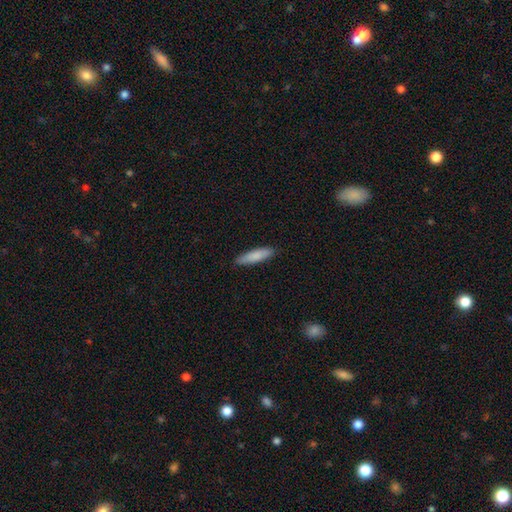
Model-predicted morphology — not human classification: Q: Smooth or featured?
A: smooth (85%); runner-up: featured or disk (10%)
Q: How rounded?
A: cigar-shaped (74%); runner-up: in between (25%)
Q: Merging?
A: none (89%); runner-up: minor disturbance (9%)